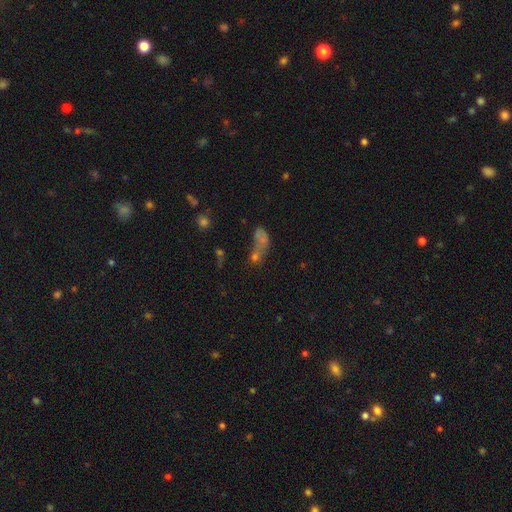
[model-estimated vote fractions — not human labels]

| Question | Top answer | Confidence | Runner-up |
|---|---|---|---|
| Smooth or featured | smooth | 49% | star or artifact (29%) |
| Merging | merger | 47% | none (30%) |